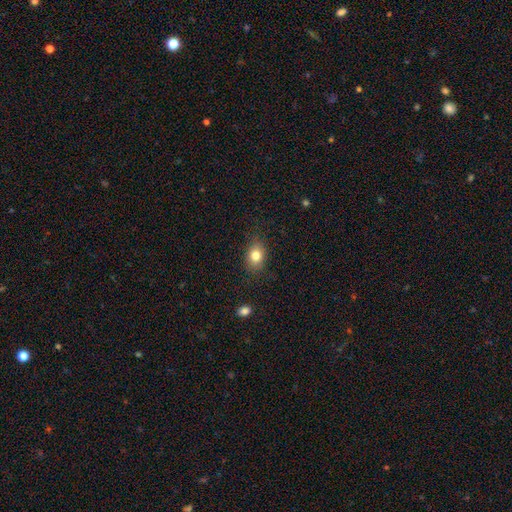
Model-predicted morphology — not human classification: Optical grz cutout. It shows a smooth galaxy with no disk features (81%) that is in between round and cigar-shaped (66%). Merging: none (82%).